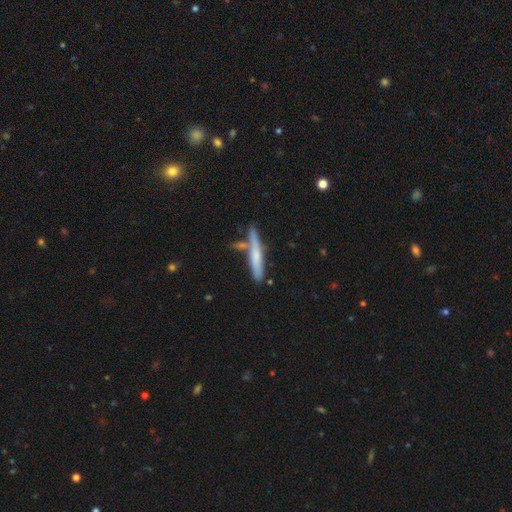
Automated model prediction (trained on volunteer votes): Smooth or featured? Predicted: smooth (p=0.57). How rounded? Predicted: cigar-shaped (p=0.92). Merging? Predicted: none (p=0.66).